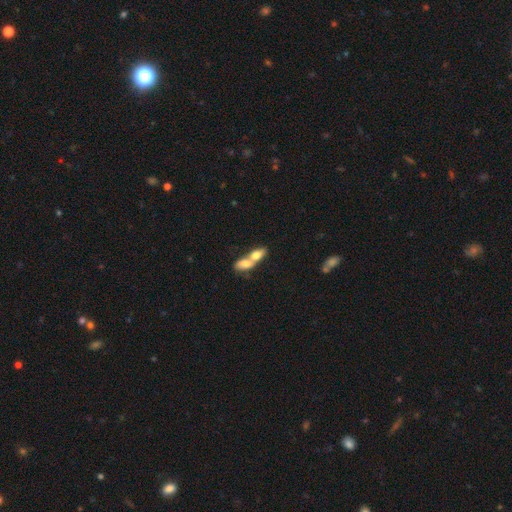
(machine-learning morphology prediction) smooth_or_featured: smooth (p=0.69) [alt: featured or disk p=0.24]
how_rounded: in between (p=0.76) [alt: cigar-shaped p=0.15]
merging: merger (p=0.79) [alt: none p=0.12]